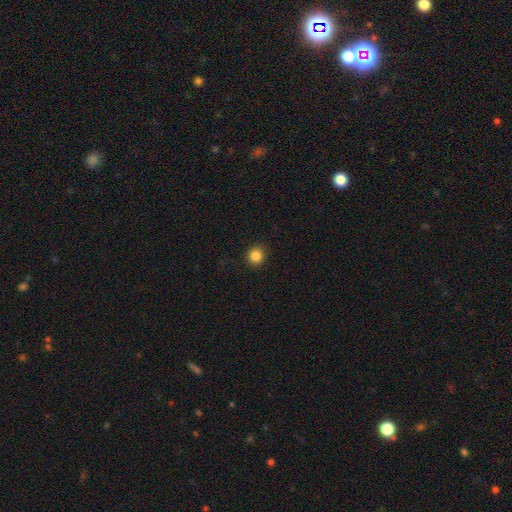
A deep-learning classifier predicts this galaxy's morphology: smooth_or_featured: smooth (p=0.86) [alt: star or artifact p=0.11]
how_rounded: round (p=0.92) [alt: in between p=0.07]
merging: none (p=0.92) [alt: minor disturbance p=0.05]